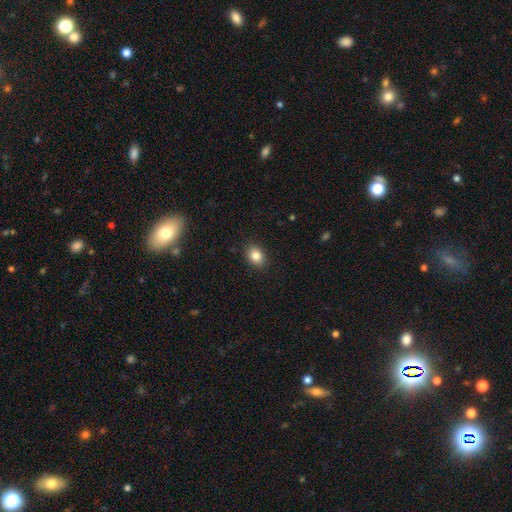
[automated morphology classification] A smooth galaxy with no disk features (84%) that is in between round and cigar-shaped (58%).

Vote fractions:
- Smooth or featured? smooth: 84% / star or artifact: 10% / featured or disk: 6%
- How rounded? in between: 58% / round: 41% / cigar-shaped: 1%
- Merging? none: 89% / minor disturbance: 8% / major disturbance: 2% / merger: 1%